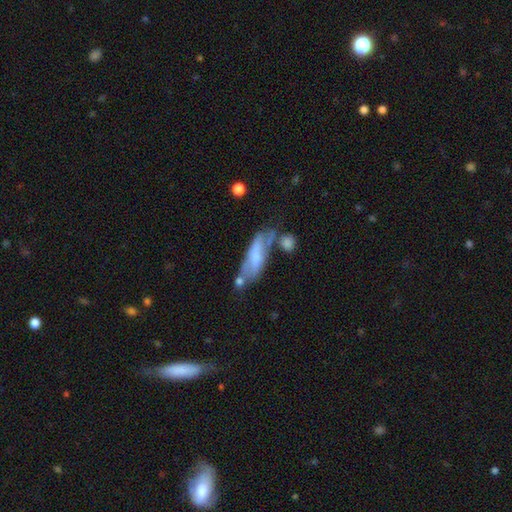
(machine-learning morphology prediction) Smooth or featured?
  - smooth: 49% *
  - featured or disk: 43%
  - star or artifact: 8%
Merging?
  - none: 38% *
  - minor disturbance: 24%
  - merger: 23%
  - major disturbance: 15%